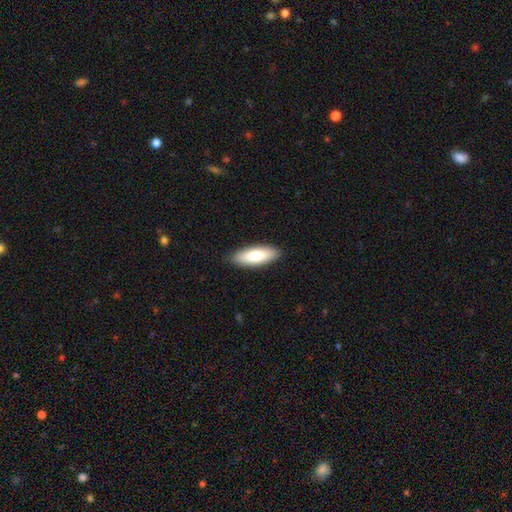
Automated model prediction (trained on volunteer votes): Overall: smooth (80%). How rounded: in between (64%; cigar-shaped 34%). Merging: none (89%).